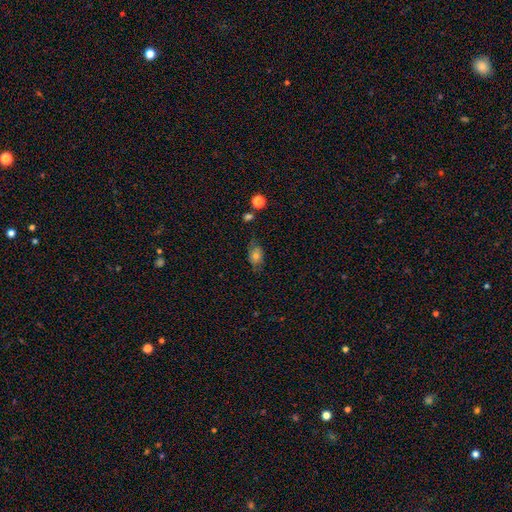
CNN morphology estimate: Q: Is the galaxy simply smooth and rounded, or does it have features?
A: smooth — 67%.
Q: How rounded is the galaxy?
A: in between — 73%.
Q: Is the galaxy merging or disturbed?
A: none — 60%.